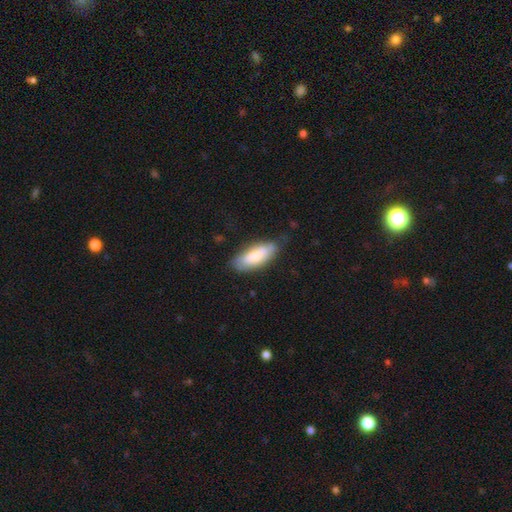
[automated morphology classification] Smooth or featured?
  - smooth: 68% *
  - featured or disk: 26%
  - star or artifact: 6%
How rounded?
  - in between: 78% *
  - cigar-shaped: 20%
  - round: 2%
Merging?
  - none: 68% *
  - minor disturbance: 24%
  - major disturbance: 6%
  - merger: 2%